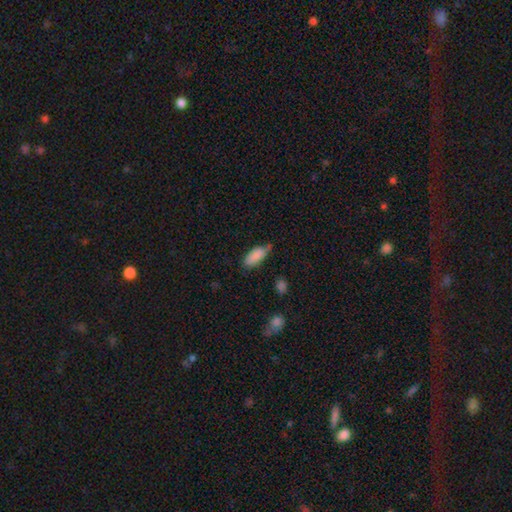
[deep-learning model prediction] The model was most divided on "merging": none: 54%, minor disturbance: 34%, major disturbance: 7%, merger: 4%. More confident: smooth or featured — smooth (85%); how rounded — in between (78%).